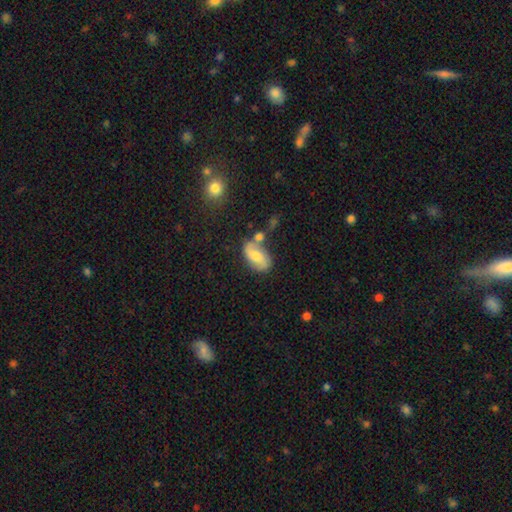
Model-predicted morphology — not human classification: Smooth or featured? featured or disk (49%)
Merging? none (52%)